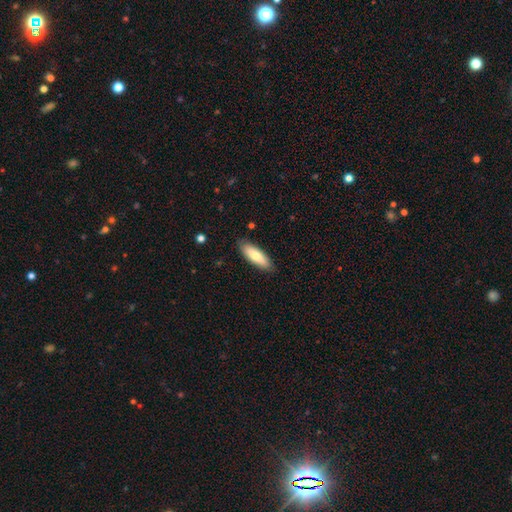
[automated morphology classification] A smooth galaxy with no disk features (75%) that is in between round and cigar-shaped (59%).

Vote fractions:
- Smooth or featured? smooth: 75% / featured or disk: 19% / star or artifact: 6%
- How rounded? in between: 59% / cigar-shaped: 39% / round: 2%
- Merging? none: 86% / minor disturbance: 11% / major disturbance: 2% / merger: 1%